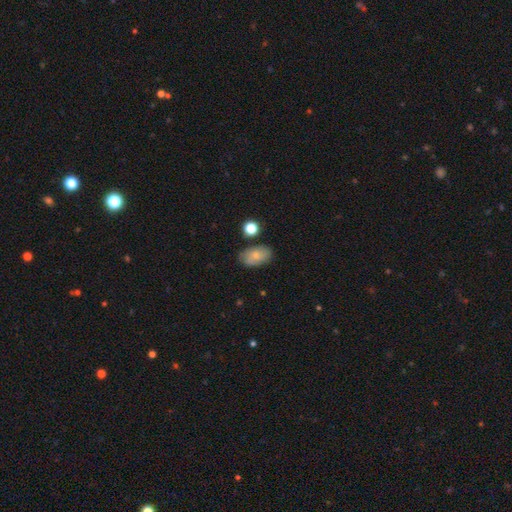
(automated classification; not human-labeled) This is likely a smooth galaxy (71%). How rounded: clearly in between (89%). Merging: likely none (72%).